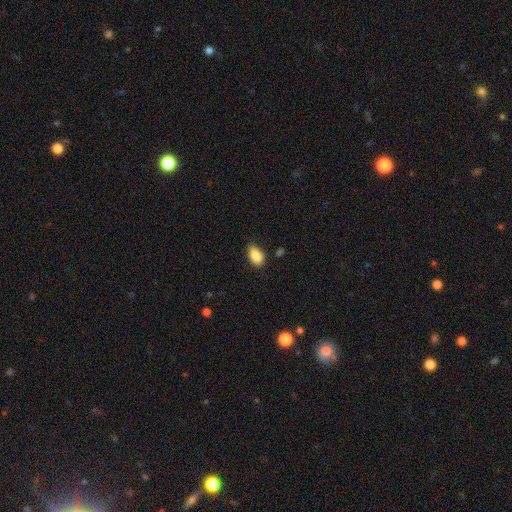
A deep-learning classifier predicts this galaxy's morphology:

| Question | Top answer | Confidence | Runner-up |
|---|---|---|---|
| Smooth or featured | smooth | 88% | star or artifact (8%) |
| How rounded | in between | 91% | round (6%) |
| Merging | none | 69% | minor disturbance (24%) |